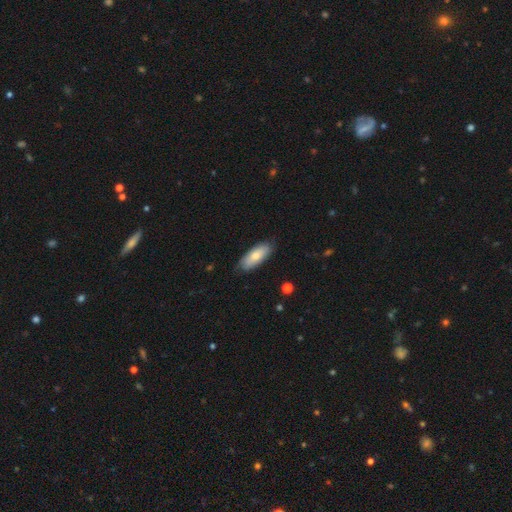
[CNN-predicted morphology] smooth-or-featured: smooth: 74% | featured or disk: 21% | star or artifact: 6%
  how-rounded: in between: 78% | cigar-shaped: 20% | round: 2%
  merging: none: 82% | minor disturbance: 15% | major disturbance: 2% | merger: 1%